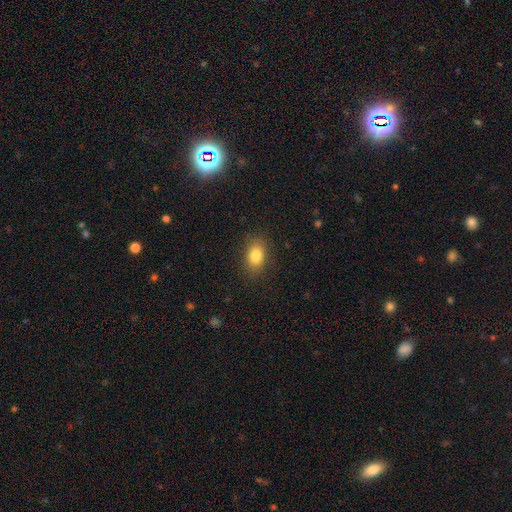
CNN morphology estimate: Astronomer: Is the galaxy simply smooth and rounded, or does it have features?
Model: smooth — 83%.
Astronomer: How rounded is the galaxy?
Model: in between — 80%.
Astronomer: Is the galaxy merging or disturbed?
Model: none — 85%.